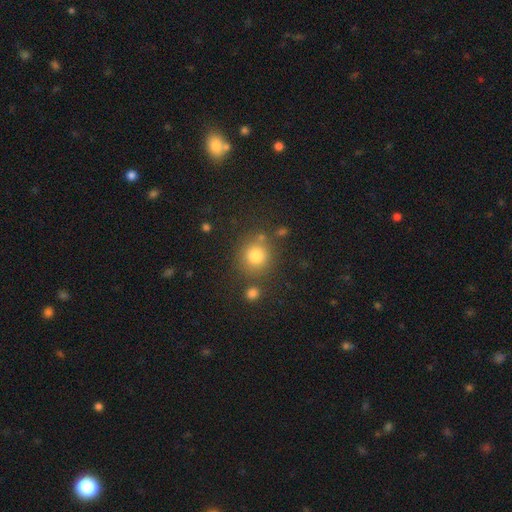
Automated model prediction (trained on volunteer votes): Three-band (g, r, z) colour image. It shows a smooth galaxy with no disk features (79%) that is round (90%). Merging: none (78%).